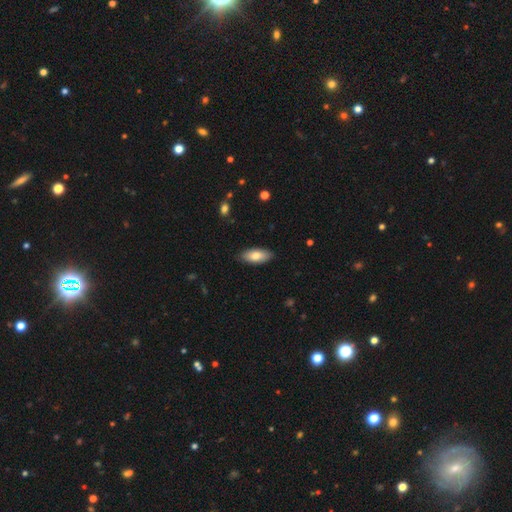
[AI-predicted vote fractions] smooth-or-featured: smooth: 78% | featured or disk: 16% | star or artifact: 6%
  how-rounded: in between: 85% | cigar-shaped: 13% | round: 2%
  merging: none: 87% | minor disturbance: 10% | major disturbance: 2% | merger: 1%